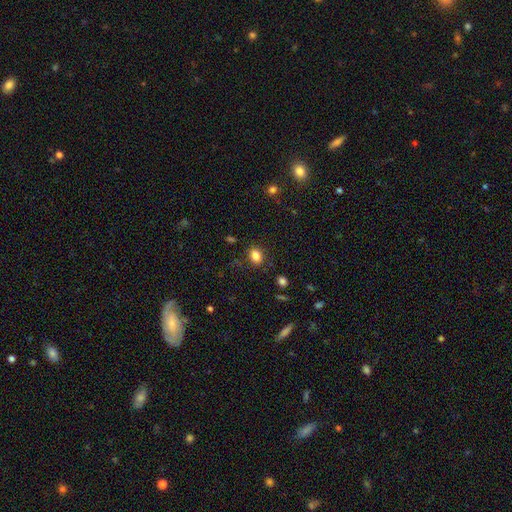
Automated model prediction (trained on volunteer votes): Q: Smooth or featured?
A: smooth (83%); runner-up: star or artifact (11%)
Q: How rounded?
A: in between (55%); runner-up: round (44%)
Q: Merging?
A: none (85%); runner-up: minor disturbance (11%)